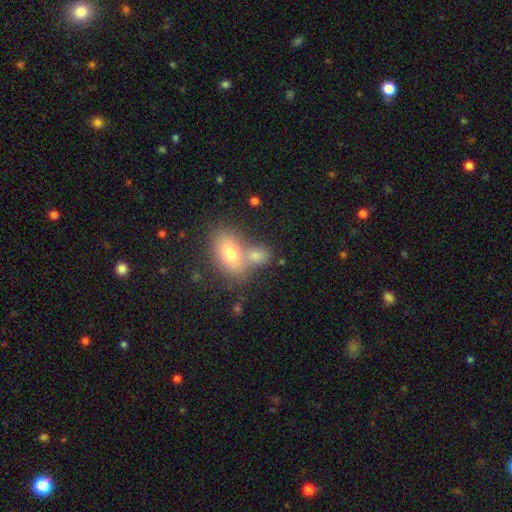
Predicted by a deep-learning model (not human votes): Smooth or featured: smooth — 72% (featured or disk — 16%)
How rounded: in between — 73% (round — 24%)
Merging: merger — 50% (none — 36%)